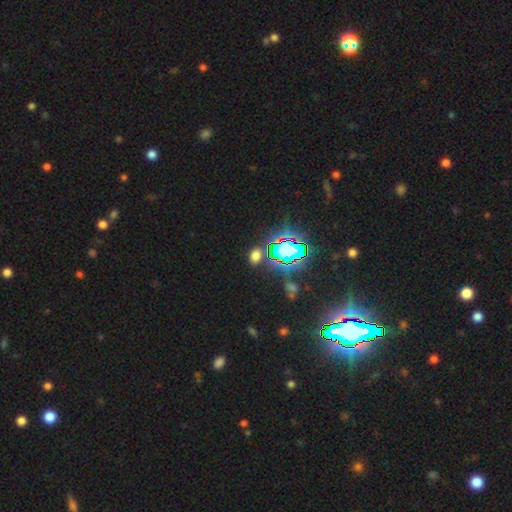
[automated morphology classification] This is possibly a smooth galaxy (50%). Merging: clearly none (81%).